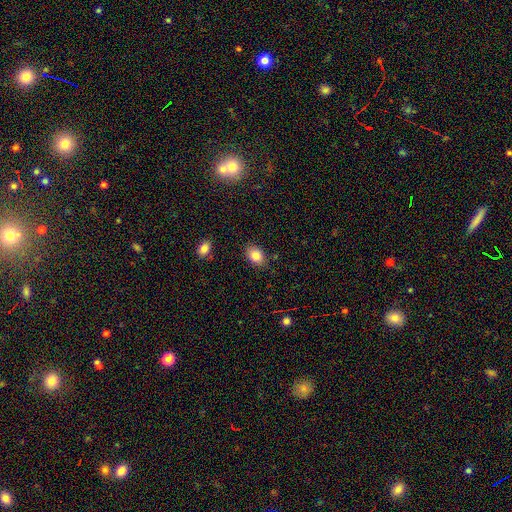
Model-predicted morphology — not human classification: A smooth galaxy with no disk features (84%) that is in between round and cigar-shaped (74%). Merging: none (83%).